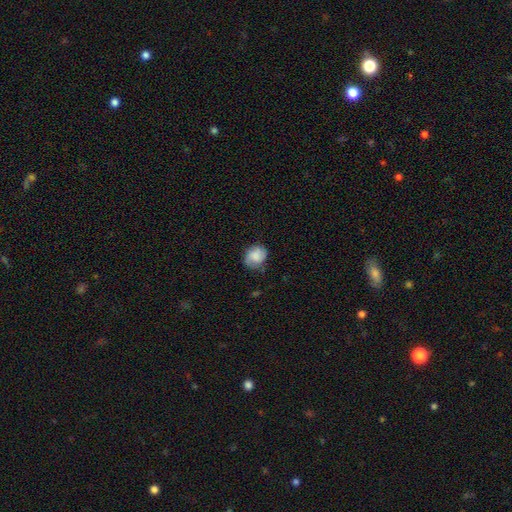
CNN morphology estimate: Smooth or featured: smooth — 75% (featured or disk — 17%)
How rounded: round — 62% (in between — 37%)
Merging: none — 67% (minor disturbance — 25%)